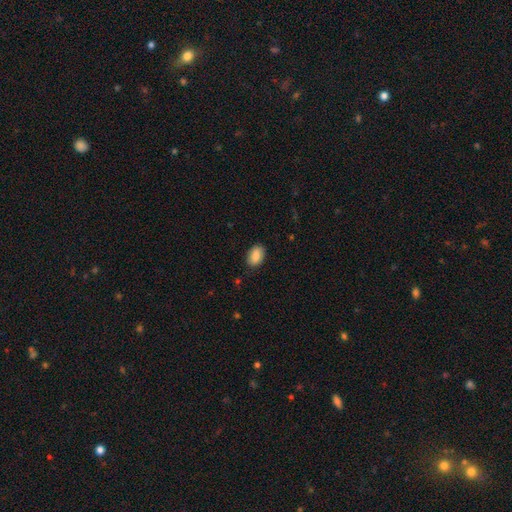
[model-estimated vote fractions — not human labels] smooth_or_featured: smooth (p=0.88) [alt: star or artifact p=0.07]
how_rounded: in between (p=0.90) [alt: round p=0.09]
merging: none (p=0.86) [alt: minor disturbance p=0.11]